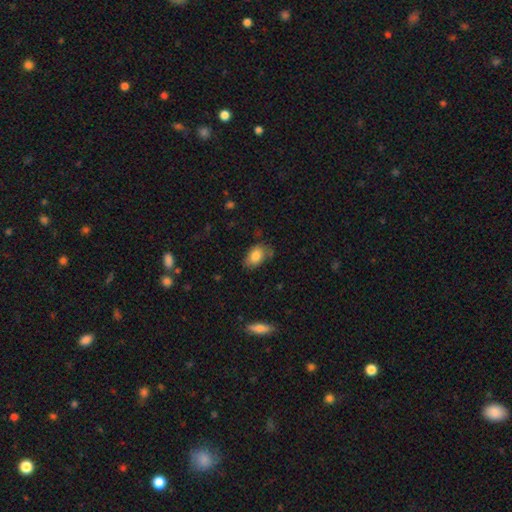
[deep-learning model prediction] Overall: smooth (81%). How rounded: in between (88%). Merging: none (66%).